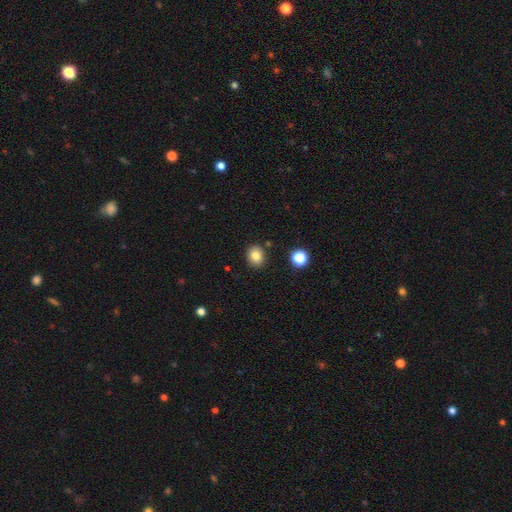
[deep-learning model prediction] Q: Smooth or featured?
A: smooth (82%); runner-up: star or artifact (11%)
Q: How rounded?
A: round (61%); runner-up: in between (38%)
Q: Merging?
A: none (87%); runner-up: minor disturbance (8%)